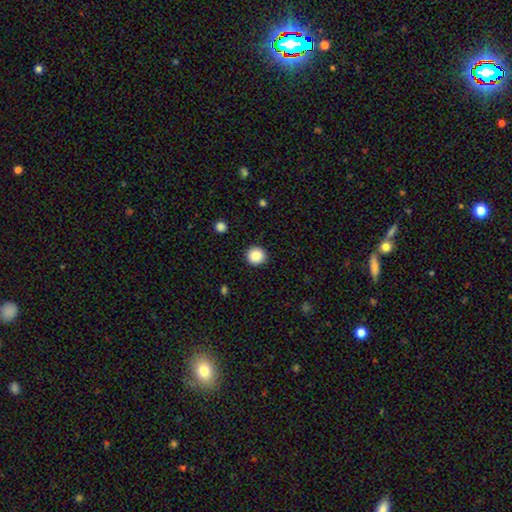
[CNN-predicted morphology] Smooth or featured? Predicted: smooth (p=0.88). How rounded? Predicted: round (p=0.93). Merging? Predicted: none (p=0.92).